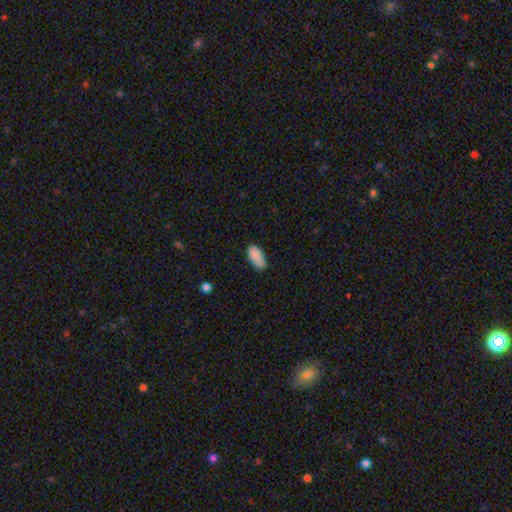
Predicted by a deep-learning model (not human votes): smooth-or-featured: smooth: 88% | star or artifact: 8% | featured or disk: 5%
  how-rounded: in between: 91% | cigar-shaped: 7% | round: 2%
  merging: none: 70% | minor disturbance: 23% | major disturbance: 4% | merger: 2%